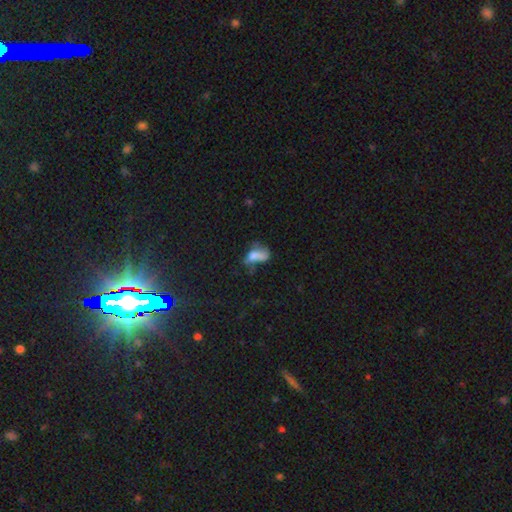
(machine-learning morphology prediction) smooth_or_featured: smooth (p=0.60) [alt: featured or disk p=0.25]
how_rounded: in between (p=0.84) [alt: round p=0.09]
merging: major disturbance (p=0.40) [alt: minor disturbance p=0.24]